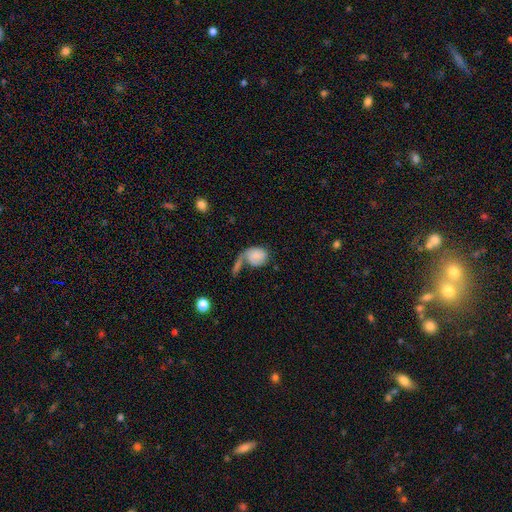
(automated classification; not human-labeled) Smooth or featured? Predicted: smooth (p=0.66). How rounded? Predicted: in between (p=0.59). Merging? Predicted: none (p=0.29).